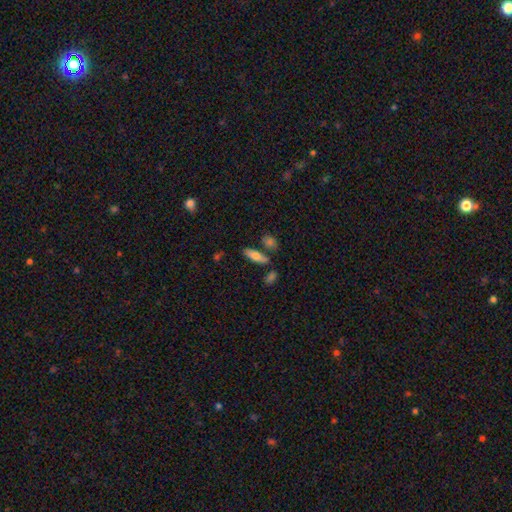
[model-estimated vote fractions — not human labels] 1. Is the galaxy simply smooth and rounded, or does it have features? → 71% smooth, 22% featured or disk, 7% star or artifact.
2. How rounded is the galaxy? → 54% in between, 43% cigar-shaped, 3% round.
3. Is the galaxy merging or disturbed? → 73% none, 12% minor disturbance, 12% merger, 3% major disturbance.